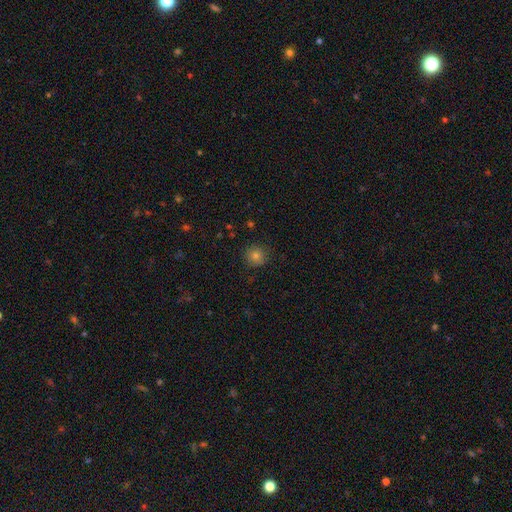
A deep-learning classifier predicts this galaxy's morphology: This is likely a smooth galaxy (76%). How rounded: clearly round (94%). Merging: clearly none (87%).